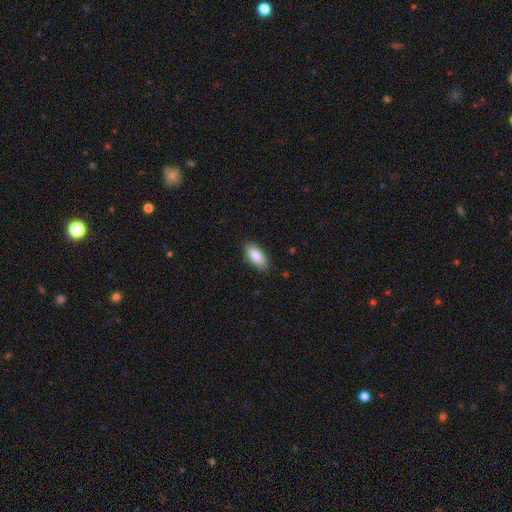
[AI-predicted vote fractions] Morphology: type=smooth (86%); roundness=in between (87%); merging=none (86%).